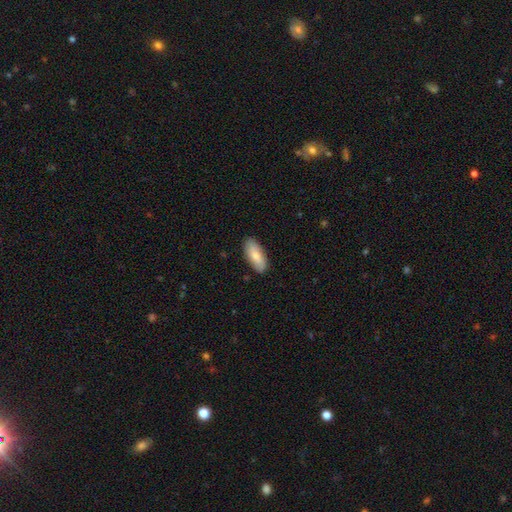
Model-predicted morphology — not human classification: This appears to be a smooth galaxy with no disk features (75%) that is in between round and cigar-shaped (81%). Merging: none (86%).